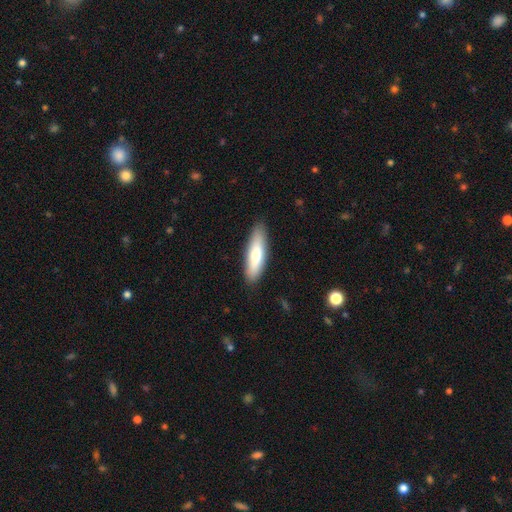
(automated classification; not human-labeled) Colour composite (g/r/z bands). It shows a smooth galaxy with no disk features (70%) that is cigar-shaped (61%). Merging: none (87%).